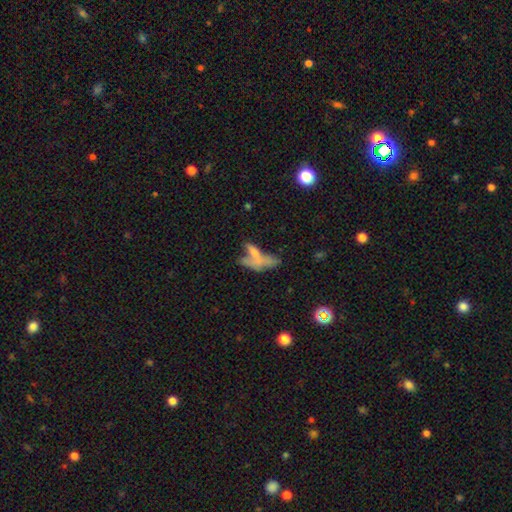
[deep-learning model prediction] smooth-or-featured: smooth: 61% | featured or disk: 27% | star or artifact: 12%
  how-rounded: in between: 48% | cigar-shaped: 46% | round: 6%
  merging: merger: 47% | none: 31% | minor disturbance: 12% | major disturbance: 11%